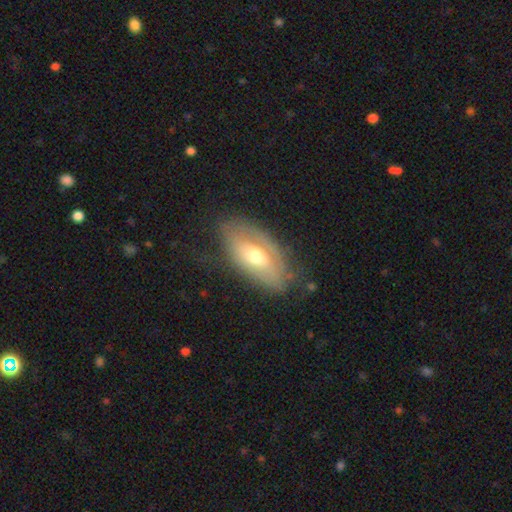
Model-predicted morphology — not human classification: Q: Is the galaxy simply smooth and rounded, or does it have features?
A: featured or disk — 49%.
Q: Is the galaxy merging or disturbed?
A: none — 64%.